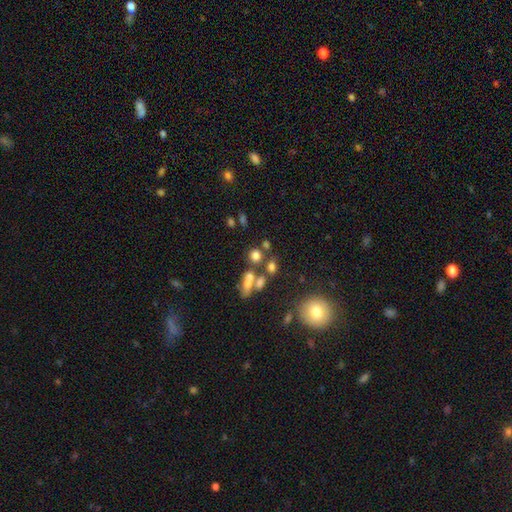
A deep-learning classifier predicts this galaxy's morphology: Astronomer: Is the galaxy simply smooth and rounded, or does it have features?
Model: smooth — 69%.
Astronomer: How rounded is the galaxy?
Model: round — 70%.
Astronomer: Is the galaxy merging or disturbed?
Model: none — 50% (runner-up: merger, 32%).